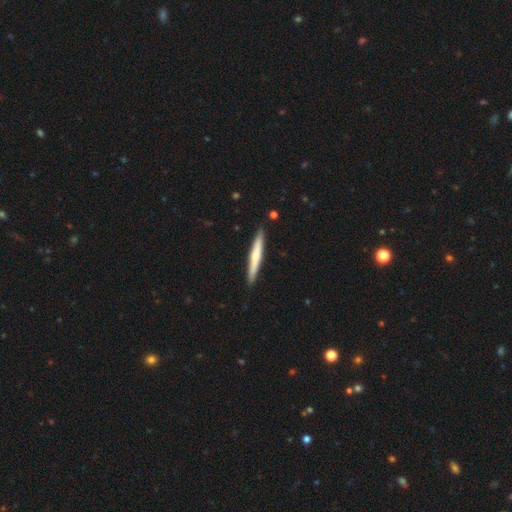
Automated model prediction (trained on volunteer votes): smooth 55%, featured or disk 41%, star or artifact 5%. Down the decision tree: how rounded — cigar-shaped (96%); merging — none (91%).